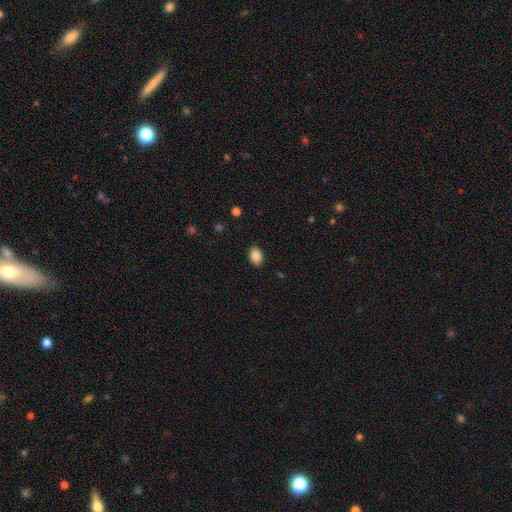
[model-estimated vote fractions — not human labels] A smooth galaxy with no disk features (86%) that is in between round and cigar-shaped (78%). Merging: none (89%).